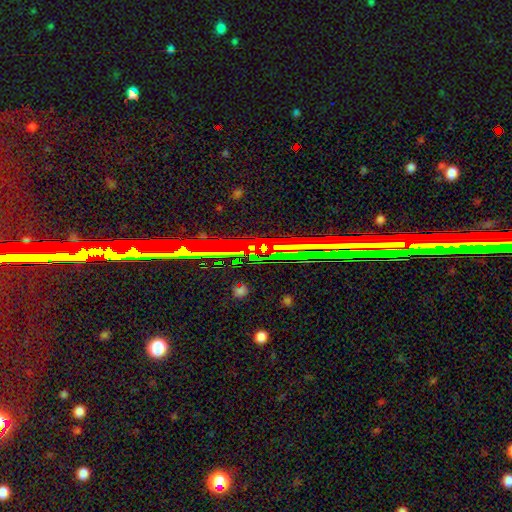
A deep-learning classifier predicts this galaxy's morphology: star or artifact 77%, featured or disk 14%, smooth 9%.